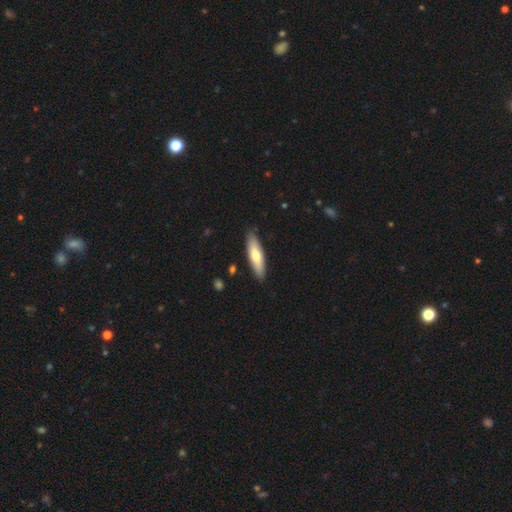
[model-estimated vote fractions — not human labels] smooth 65%, featured or disk 30%, star or artifact 5%. Down the decision tree: how rounded — cigar-shaped (61%); merging — none (88%).